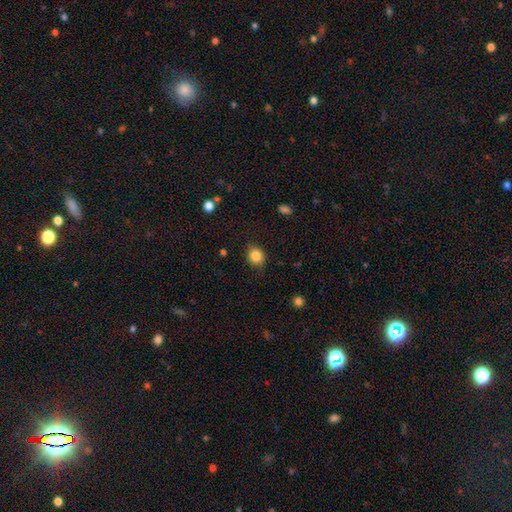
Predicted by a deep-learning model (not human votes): Smooth or featured: smooth — 85% (star or artifact — 10%)
How rounded: round — 70% (in between — 30%)
Merging: none — 78% (minor disturbance — 17%)